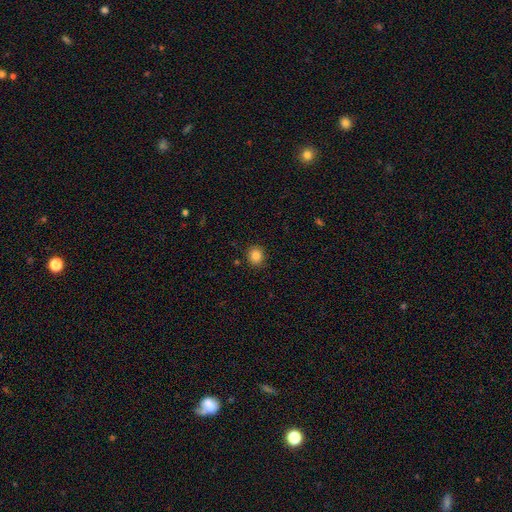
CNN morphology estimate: The model was most divided on "how rounded": round: 83%, in between: 16%, cigar-shaped: 1%. More confident: merging — none (90%); smooth or featured — smooth (84%).